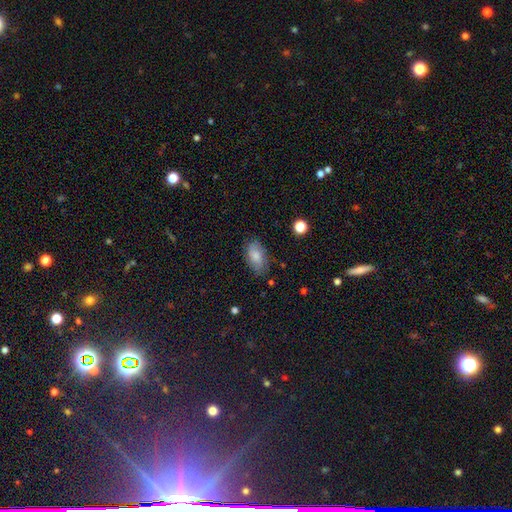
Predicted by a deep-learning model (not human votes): smooth-or-featured: smooth: 75% | featured or disk: 17% | star or artifact: 8%
  how-rounded: in between: 92% | round: 5% | cigar-shaped: 3%
  merging: none: 75% | minor disturbance: 19% | major disturbance: 5% | merger: 2%